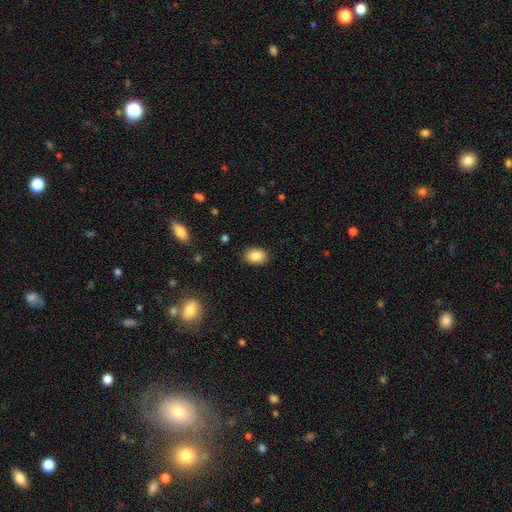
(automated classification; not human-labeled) smooth 86%, star or artifact 8%, featured or disk 5%. Down the decision tree: how rounded — in between (80%); merging — none (88%).